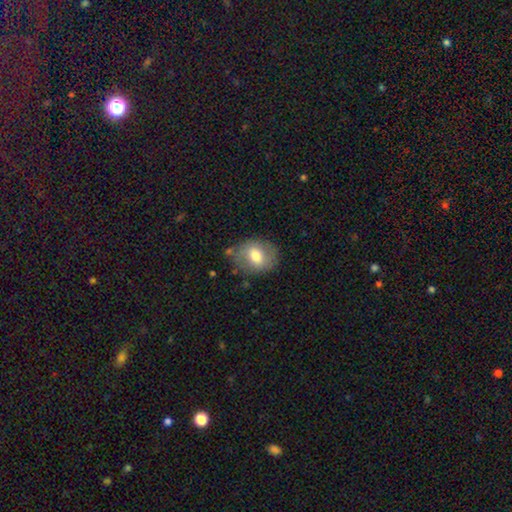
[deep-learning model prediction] Morphology: type=smooth (67%); roundness=round (51%); merging=none (74%).